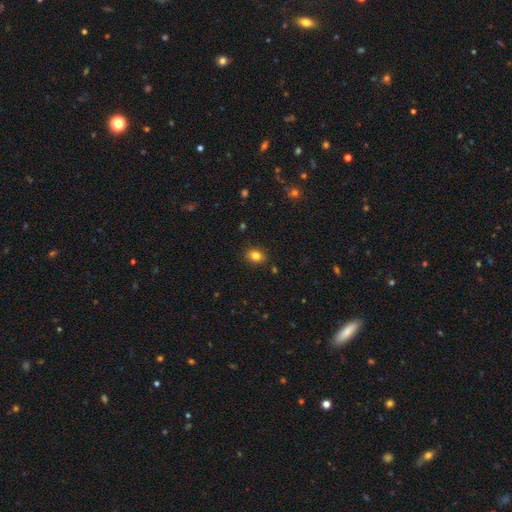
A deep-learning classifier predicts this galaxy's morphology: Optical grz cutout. It shows a smooth galaxy with no disk features (82%) that is in between round and cigar-shaped (58%). Merging: none (88%).